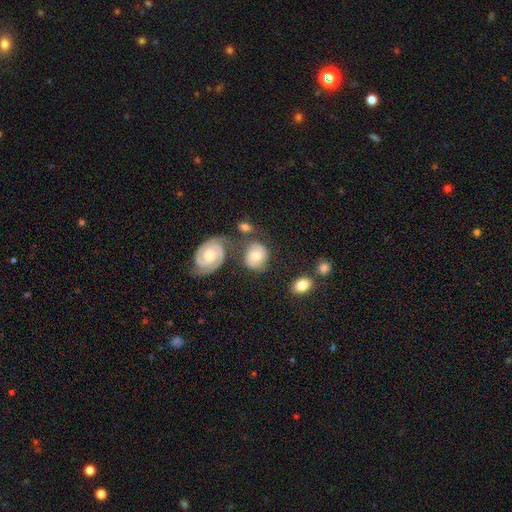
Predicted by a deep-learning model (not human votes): This is possibly a featured or disk galaxy (54%). It is clearly not viewed edge-on (96%). Bar: likely no (61%). Spiral arm pattern: clearly yes (89%). Central bulge: likely moderate (69%). Merging: possibly none (55%).